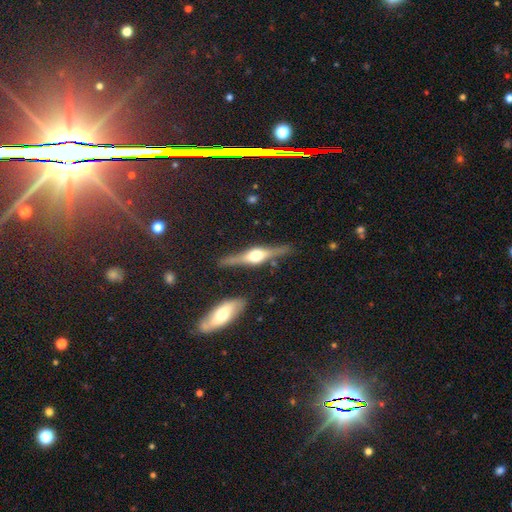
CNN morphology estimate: Overall: featured or disk (81%). Edge-on disk: yes (97%). Edge-on bulge: rounded (92%). Merging: none (84%).